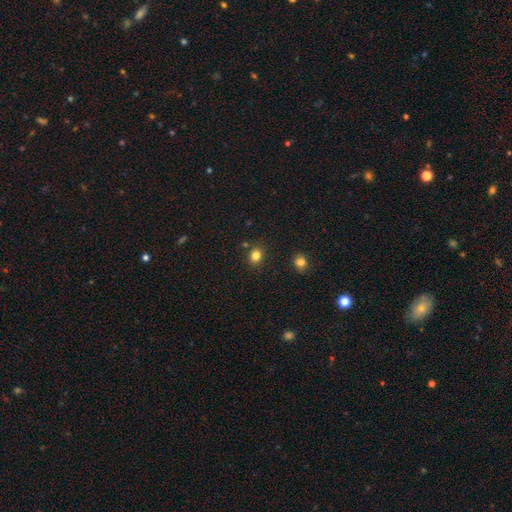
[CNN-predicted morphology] Overall: smooth (81%). How rounded: round (67%; in between 32%). Merging: none (85%).